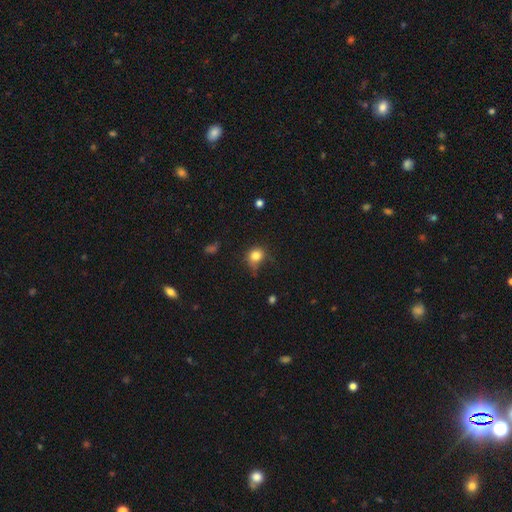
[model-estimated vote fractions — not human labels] smooth-or-featured: smooth: 81% | star or artifact: 12% | featured or disk: 7%
  how-rounded: round: 73% | in between: 26% | cigar-shaped: 1%
  merging: none: 60% | minor disturbance: 28% | major disturbance: 9% | merger: 3%